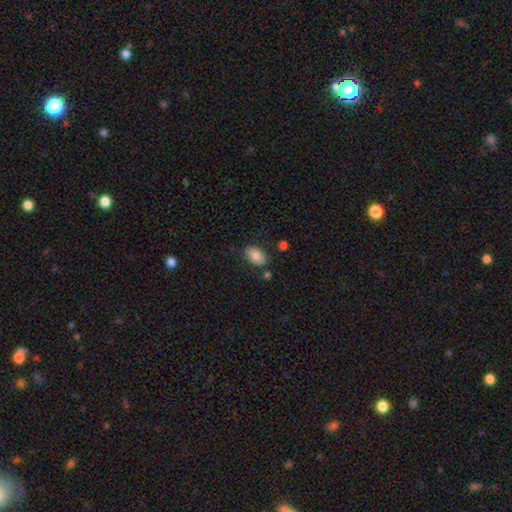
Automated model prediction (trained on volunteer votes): Overall: smooth (82%). How rounded: in between (89%). Merging: none (79%).